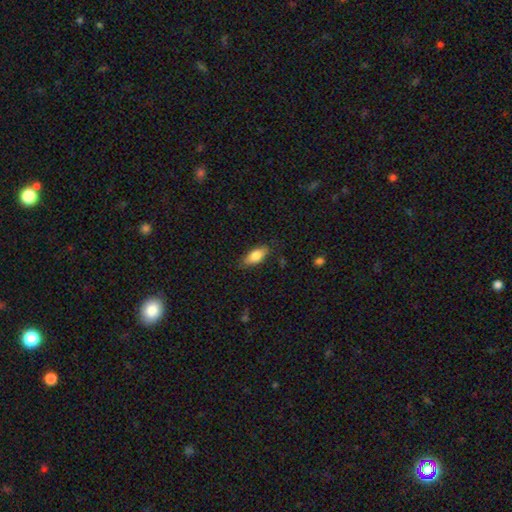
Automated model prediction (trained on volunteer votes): Overall: smooth (80%). How rounded: in between (84%). Merging: none (81%).